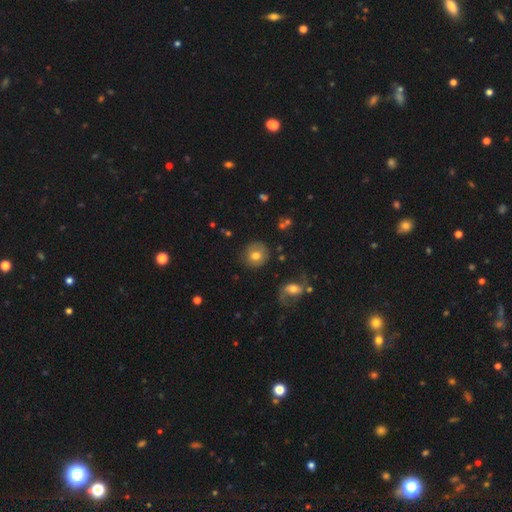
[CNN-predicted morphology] Smooth or featured?
  - smooth: 71% *
  - featured or disk: 20%
  - star or artifact: 9%
How rounded?
  - round: 87% *
  - in between: 12%
  - cigar-shaped: 1%
Merging?
  - none: 81% *
  - minor disturbance: 11%
  - major disturbance: 4%
  - merger: 3%